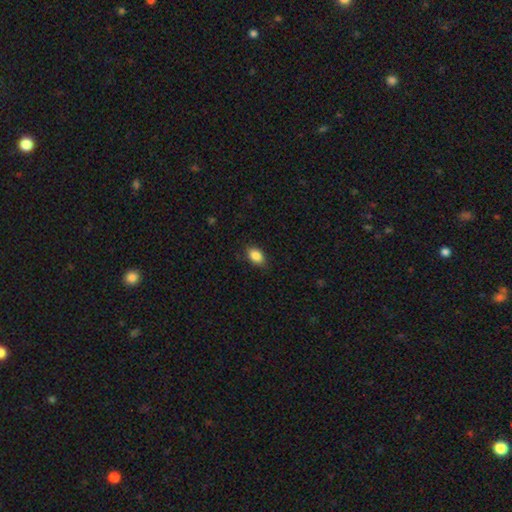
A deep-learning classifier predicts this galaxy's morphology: Smooth or featured: smooth — 87% (star or artifact — 8%)
How rounded: in between — 87% (round — 12%)
Merging: none — 83% (minor disturbance — 13%)